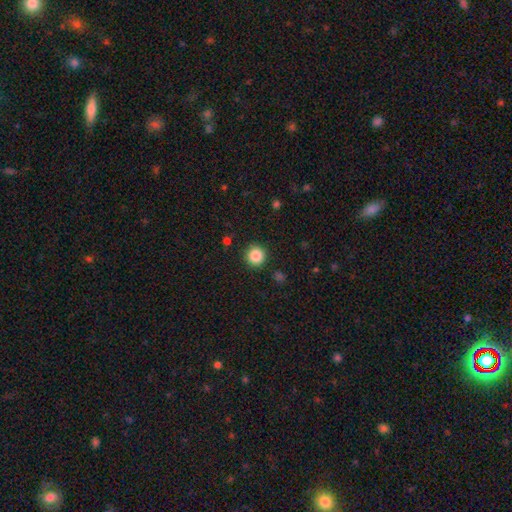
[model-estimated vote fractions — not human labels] Smooth or featured?
  - smooth: 86% *
  - star or artifact: 10%
  - featured or disk: 4%
How rounded?
  - round: 95% *
  - in between: 4%
  - cigar-shaped: 1%
Merging?
  - none: 91% *
  - minor disturbance: 5%
  - major disturbance: 2%
  - merger: 1%